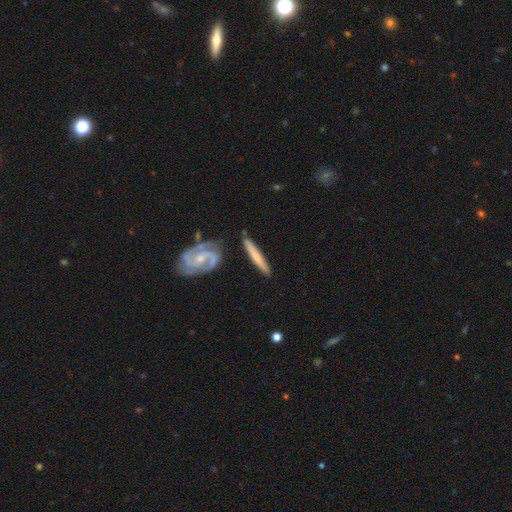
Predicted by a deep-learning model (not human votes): Smooth or featured? Predicted: featured or disk (p=0.48). Merging? Predicted: none (p=0.81).